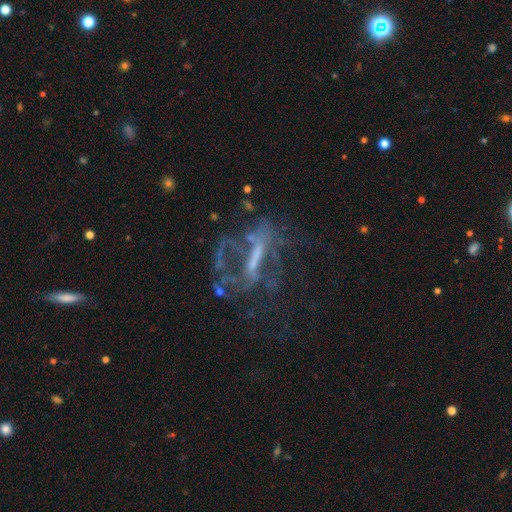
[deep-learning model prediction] Morphology: type=featured or disk (70%); edge-on=no (87%); bar=strong (43%); spiral arms=no (59%); bulge=small (37%); merging=none (40%).